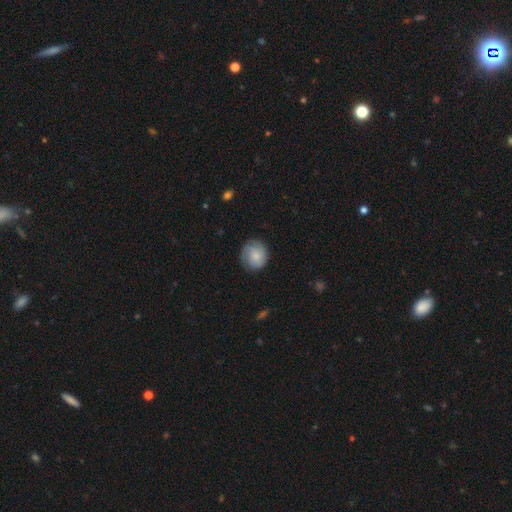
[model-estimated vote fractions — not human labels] smooth 63%, featured or disk 30%, star or artifact 7%. Down the decision tree: how rounded — round (85%); merging — none (77%).